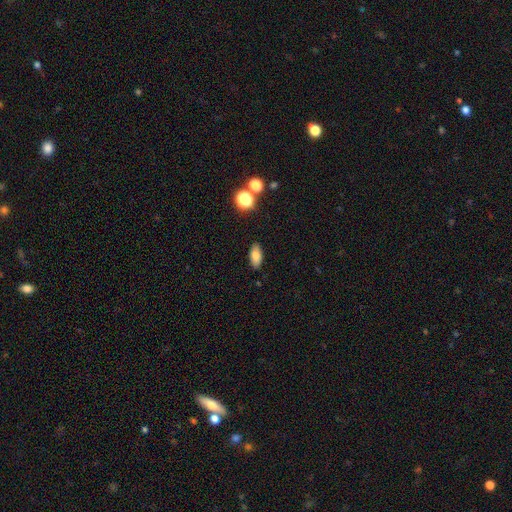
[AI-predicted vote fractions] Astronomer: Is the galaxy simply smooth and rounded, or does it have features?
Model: smooth — 79%.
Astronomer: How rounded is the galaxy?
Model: in between — 85%.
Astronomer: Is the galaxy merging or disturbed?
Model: none — 87%.